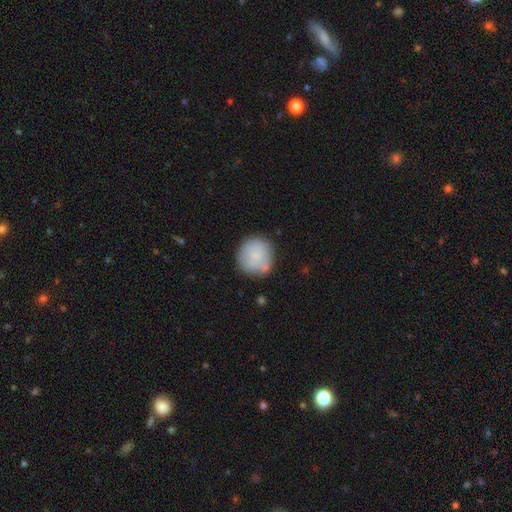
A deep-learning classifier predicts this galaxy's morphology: A smooth galaxy with no disk features (74%) that is round (91%). Merging: none (69%).